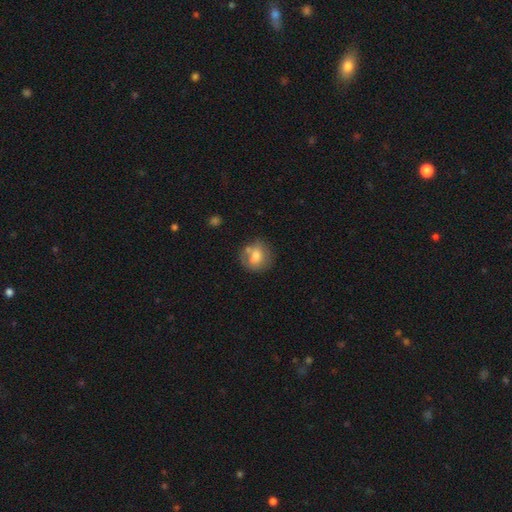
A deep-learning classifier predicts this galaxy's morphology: Smooth or featured?
  - smooth: 72% *
  - featured or disk: 20%
  - star or artifact: 9%
How rounded?
  - round: 79% *
  - in between: 20%
  - cigar-shaped: 1%
Merging?
  - none: 62% *
  - minor disturbance: 19%
  - merger: 13%
  - major disturbance: 6%